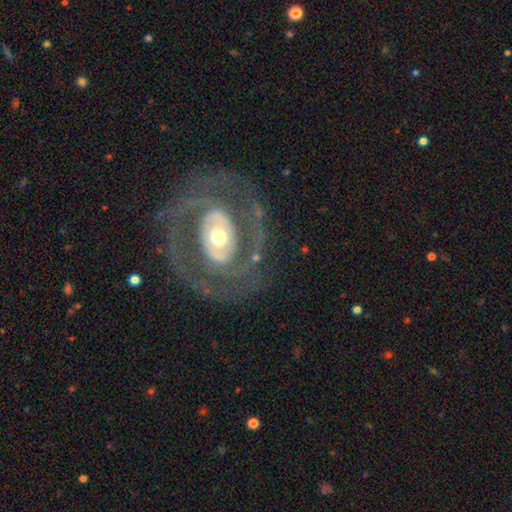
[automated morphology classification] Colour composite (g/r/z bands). It shows a featured or disk galaxy (84%) with no bar (55%), 2 (70%) tight (50%) spiral arms (78%) and a moderate central bulge (63%). Merging: none (76%).